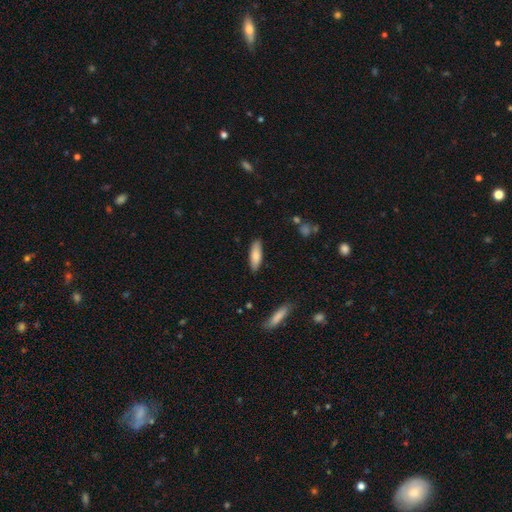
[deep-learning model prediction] Q: Smooth or featured?
A: smooth (82%); runner-up: featured or disk (12%)
Q: How rounded?
A: in between (51%); runner-up: cigar-shaped (47%)
Q: Merging?
A: none (86%); runner-up: minor disturbance (10%)